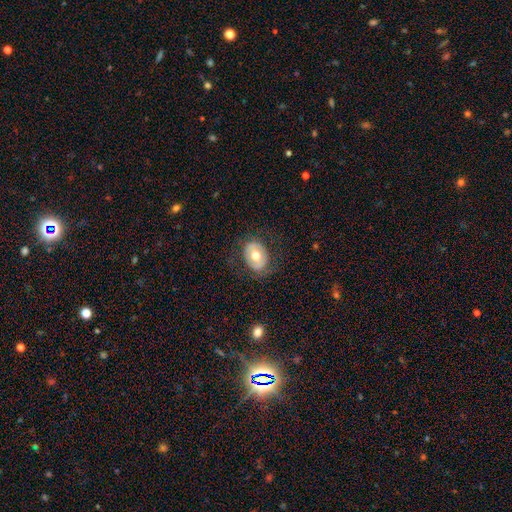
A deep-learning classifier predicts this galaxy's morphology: smooth_or_featured: smooth (p=0.54) [alt: featured or disk p=0.39]
how_rounded: in between (p=0.64) [alt: round p=0.35]
merging: none (p=0.76) [alt: minor disturbance p=0.15]